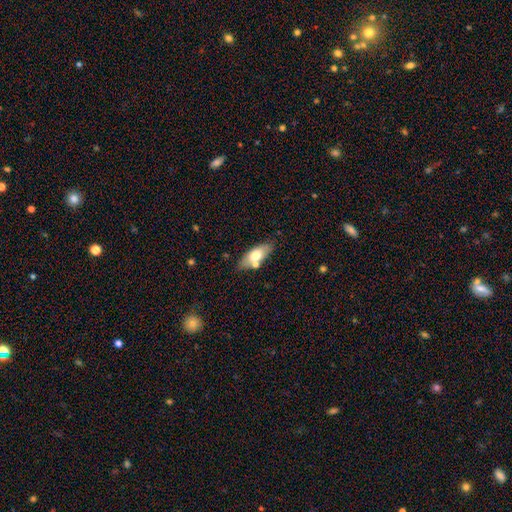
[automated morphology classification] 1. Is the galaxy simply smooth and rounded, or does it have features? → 66% smooth, 27% featured or disk, 7% star or artifact.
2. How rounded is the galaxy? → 78% in between, 19% cigar-shaped, 3% round.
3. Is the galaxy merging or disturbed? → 73% none, 14% minor disturbance, 10% merger, 3% major disturbance.